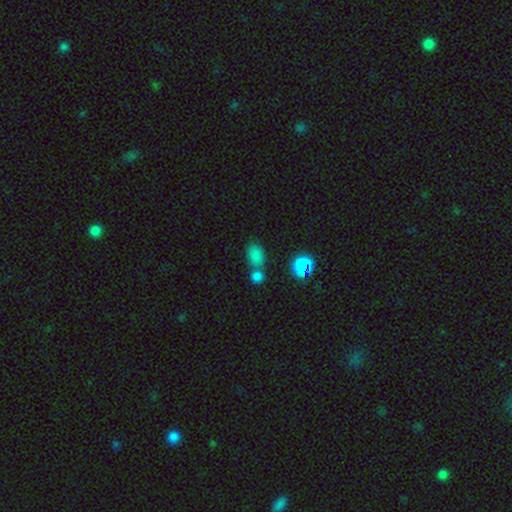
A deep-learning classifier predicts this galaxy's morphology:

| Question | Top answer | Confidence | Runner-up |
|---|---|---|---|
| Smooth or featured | smooth | 77% | star or artifact (17%) |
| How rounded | in between | 77% | round (21%) |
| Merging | none | 52% | merger (31%) |